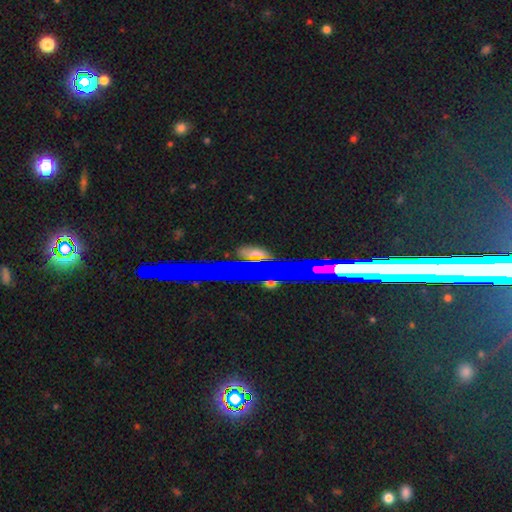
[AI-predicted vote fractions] Overall: star or artifact (57%; smooth 24%).